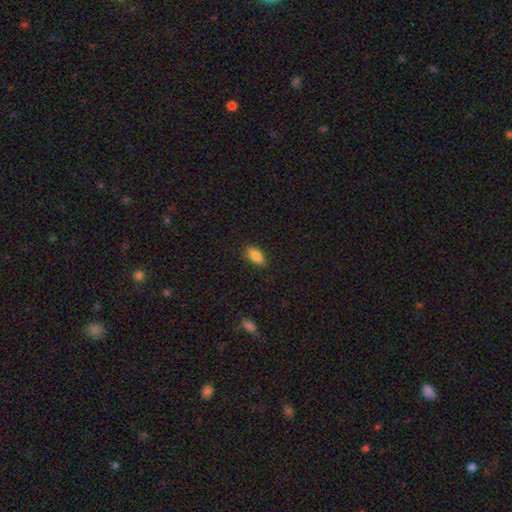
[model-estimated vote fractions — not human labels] The model was most divided on "merging": none: 85%, minor disturbance: 11%, major disturbance: 2%, merger: 1%. More confident: how rounded — in between (89%); smooth or featured — smooth (84%).